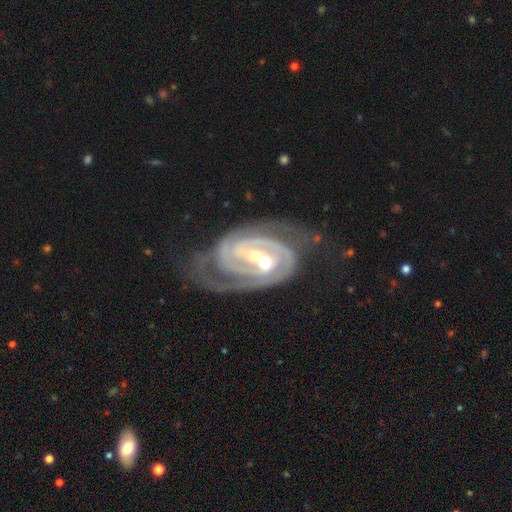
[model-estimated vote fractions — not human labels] smooth_or_featured: featured or disk (p=0.91) [alt: star or artifact p=0.05]
disk_edge_on: no (p=0.97) [alt: yes p=0.03]
bar: weak (p=0.35) [alt: strong p=0.34]
has_spiral_arms: yes (p=0.98) [alt: no p=0.02]
spiral_winding: tight (p=0.68) [alt: medium p=0.28]
spiral_arm_count: 2 (p=0.71) [alt: 3 p=0.13]
bulge_size: moderate (p=0.50) [alt: small p=0.46]
merging: none (p=0.56) [alt: minor disturbance p=0.19]